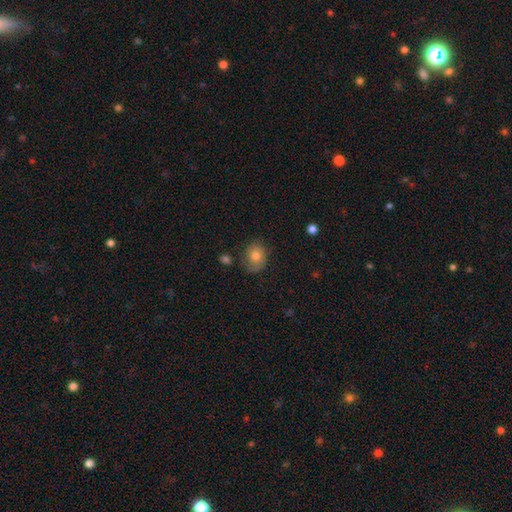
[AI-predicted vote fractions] The model was most divided on "how rounded": round: 55%, in between: 44%, cigar-shaped: 1%. More confident: smooth or featured — smooth (69%); merging — none (64%).